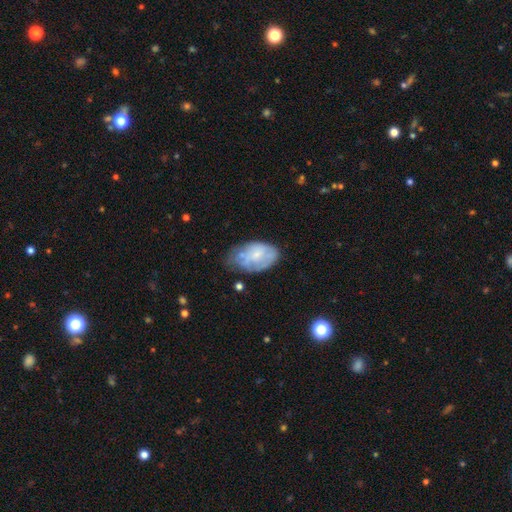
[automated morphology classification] smooth-or-featured: smooth: 46% (tied) | featured or disk: 46% (tied) | star or artifact: 8%
  merging: none: 46% | minor disturbance: 35% | major disturbance: 15% | merger: 5%